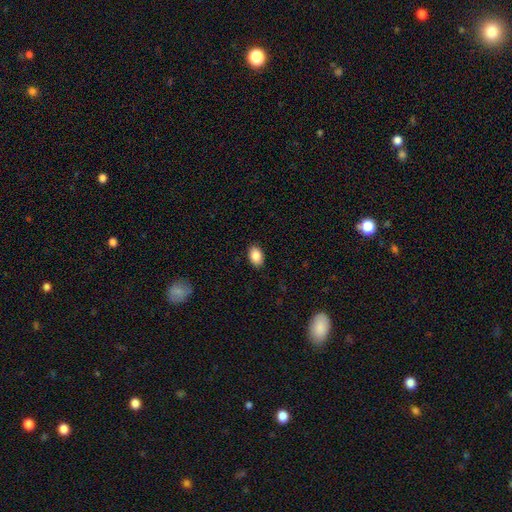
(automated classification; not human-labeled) Smooth or featured? smooth (87%)
How rounded? in between (87%)
Merging? none (89%)